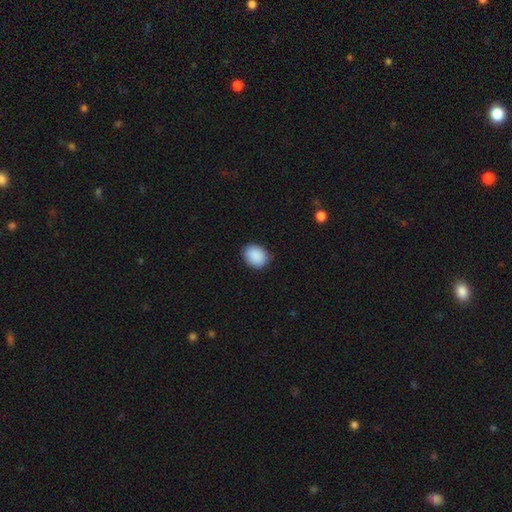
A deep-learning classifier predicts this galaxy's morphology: smooth-or-featured: smooth: 90% | star or artifact: 7% | featured or disk: 3%
  how-rounded: in between: 59% | round: 40% | cigar-shaped: 1%
  merging: none: 86% | minor disturbance: 11% | major disturbance: 2% | merger: 1%